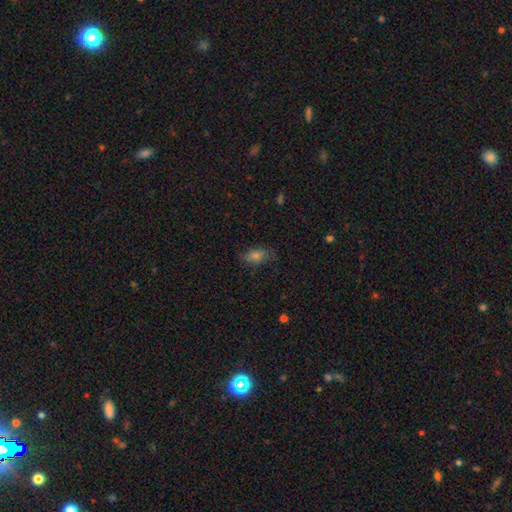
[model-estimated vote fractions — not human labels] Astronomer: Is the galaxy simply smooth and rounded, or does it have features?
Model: smooth — 64%.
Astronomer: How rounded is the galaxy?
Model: in between — 82%.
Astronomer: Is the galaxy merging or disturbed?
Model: none — 74%.